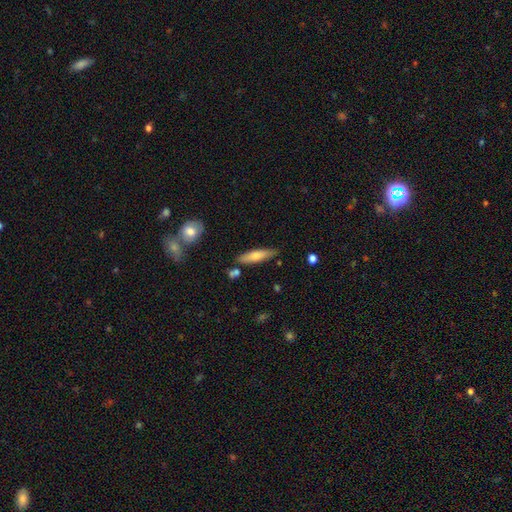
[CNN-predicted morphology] Q: Smooth or featured?
A: smooth (65%); runner-up: featured or disk (29%)
Q: How rounded?
A: cigar-shaped (73%); runner-up: in between (25%)
Q: Merging?
A: none (80%); runner-up: minor disturbance (13%)